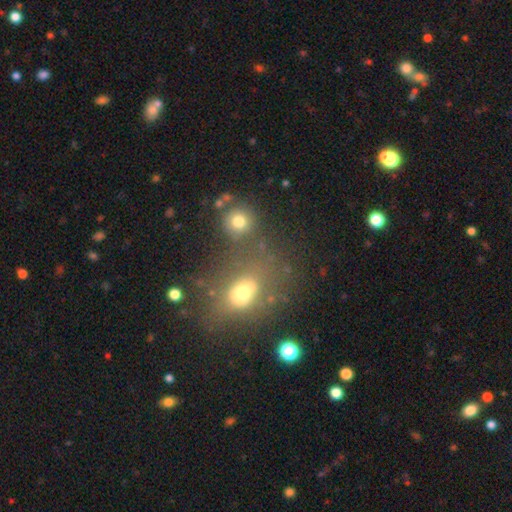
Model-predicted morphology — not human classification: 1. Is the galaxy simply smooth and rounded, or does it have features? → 51% smooth, 32% star or artifact, 17% featured or disk.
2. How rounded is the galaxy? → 56% in between, 41% round, 3% cigar-shaped.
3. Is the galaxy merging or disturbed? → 57% none, 20% merger, 14% minor disturbance, 8% major disturbance.